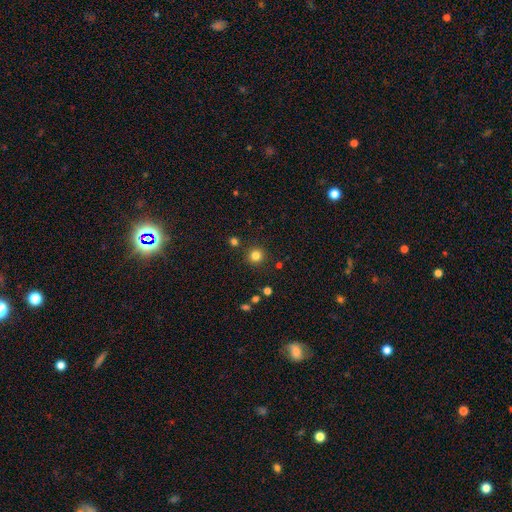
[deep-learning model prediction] smooth_or_featured: smooth (p=0.81) [alt: star or artifact p=0.14]
how_rounded: round (p=0.94) [alt: in between p=0.05]
merging: none (p=0.89) [alt: minor disturbance p=0.06]